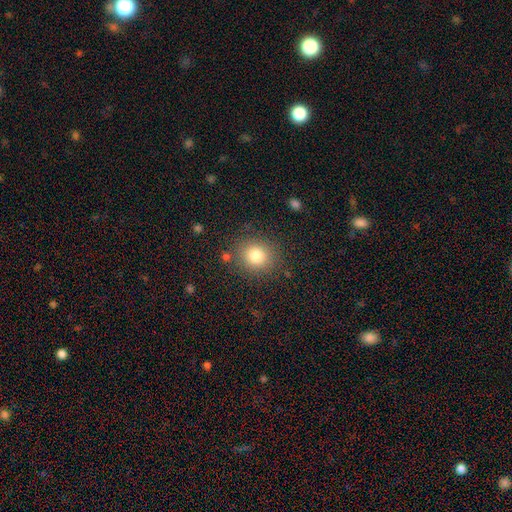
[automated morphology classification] smooth_or_featured: smooth (p=0.80) [alt: star or artifact p=0.12]
how_rounded: round (p=0.83) [alt: in between p=0.16]
merging: none (p=0.84) [alt: minor disturbance p=0.09]